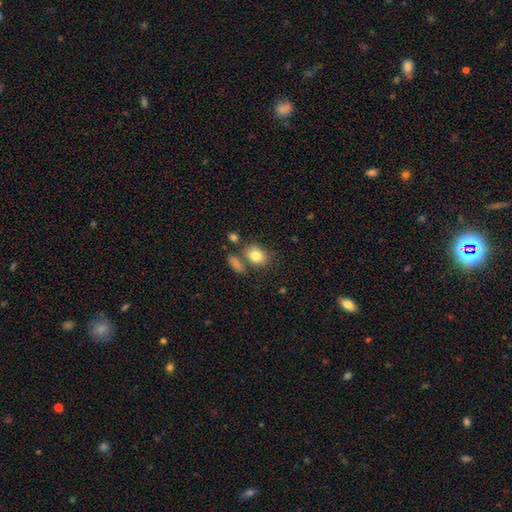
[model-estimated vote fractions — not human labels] Smooth or featured? Predicted: smooth (p=0.81). How rounded? Predicted: in between (p=0.62). Merging? Predicted: none (p=0.59).